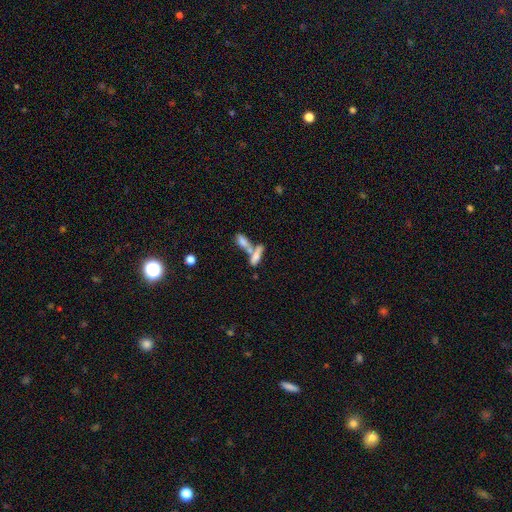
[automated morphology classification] A smooth galaxy with no disk features (66%) that is in between round and cigar-shaped (57%). Merging: merger (63%).